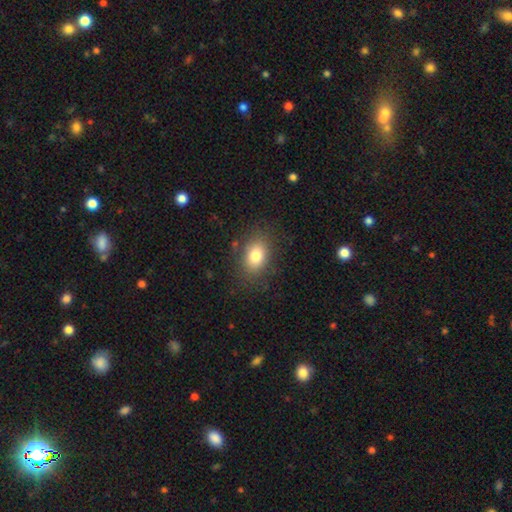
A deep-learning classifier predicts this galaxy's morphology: Overall: smooth (80%). How rounded: in between (76%). Merging: none (82%).